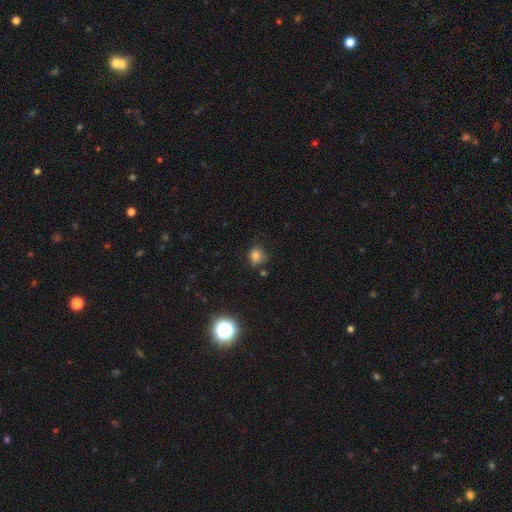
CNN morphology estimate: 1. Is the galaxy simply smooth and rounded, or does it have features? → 78% smooth, 15% star or artifact, 7% featured or disk.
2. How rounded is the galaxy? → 75% round, 24% in between, 1% cigar-shaped.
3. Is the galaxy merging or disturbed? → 64% none, 24% minor disturbance, 7% major disturbance, 5% merger.